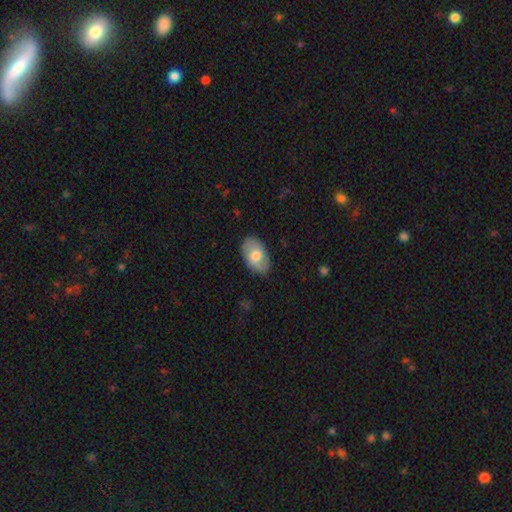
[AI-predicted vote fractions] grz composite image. It shows a smooth galaxy with no disk features (59%) that is in between round and cigar-shaped (91%). Merging: none (83%).